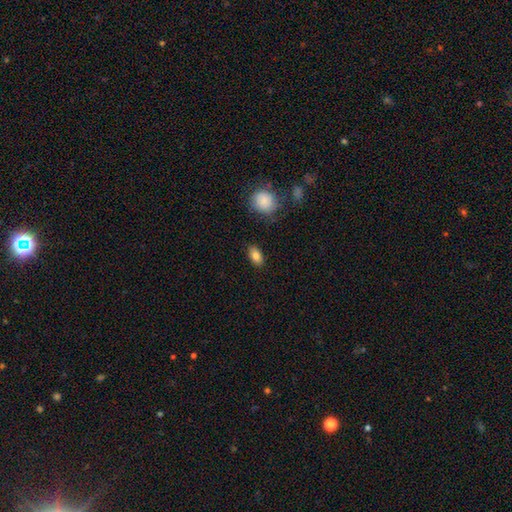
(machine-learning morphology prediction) Smooth or featured? smooth (83%)
How rounded? in between (88%)
Merging? none (85%)